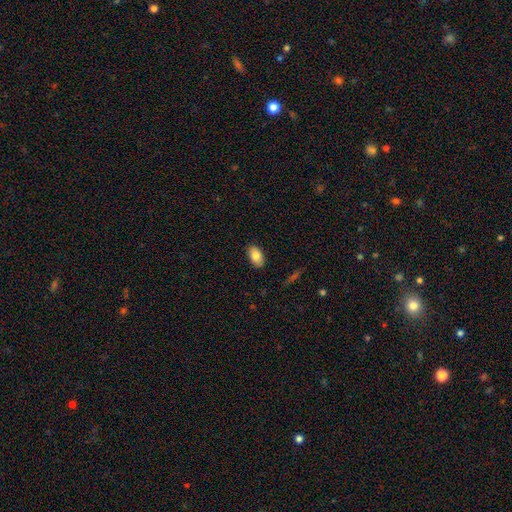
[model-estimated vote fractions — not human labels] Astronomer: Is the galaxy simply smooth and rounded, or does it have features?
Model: smooth — 85%.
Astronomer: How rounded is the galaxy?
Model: in between — 93%.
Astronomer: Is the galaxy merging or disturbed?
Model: none — 88%.